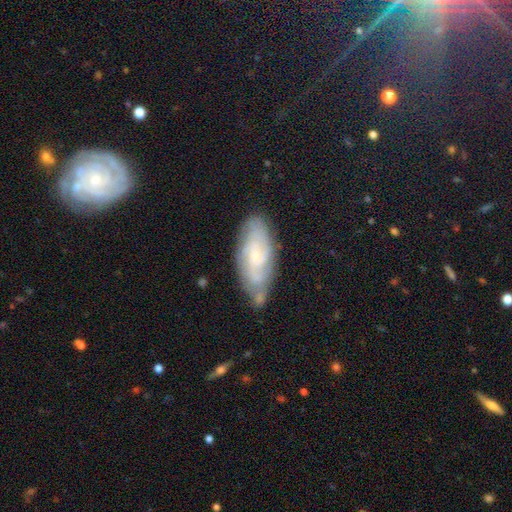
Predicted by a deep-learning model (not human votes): A featured or disk galaxy (71%) with no bar (60%), tight (58%) spiral arms (92%) and a small central bulge (65%).

Vote fractions:
- Smooth or featured? featured or disk: 71% / smooth: 22% / star or artifact: 8%
- Edge-on disk? no: 92% / yes: 8%
- Bar? no: 60% / weak: 34% / strong: 6%
- Spiral arms? yes: 92% / no: 8%
- Spiral winding? tight: 58% / medium: 33% / loose: 8%
- Spiral arm count? can't tell: 40% / 2: 27% / 3: 17% / 4: 9% / more than 4: 4% / 1: 4%
- Bulge size? small: 65% / moderate: 28% / none: 5% / large: 2% / dominant: 1%
- Merging? none: 67% / minor disturbance: 23% / major disturbance: 5% / merger: 5%